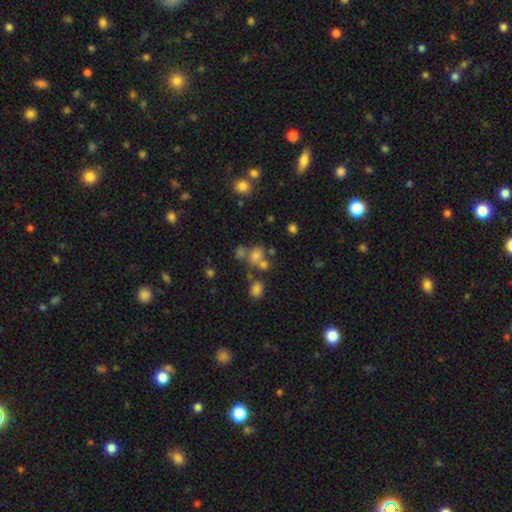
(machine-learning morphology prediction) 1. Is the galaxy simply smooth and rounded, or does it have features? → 64% smooth, 20% star or artifact, 16% featured or disk.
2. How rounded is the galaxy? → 59% round, 39% in between, 1% cigar-shaped.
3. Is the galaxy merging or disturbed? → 41% merger, 39% none, 12% minor disturbance, 9% major disturbance.